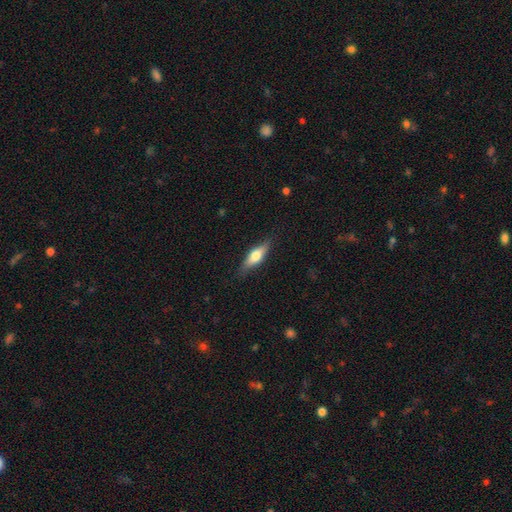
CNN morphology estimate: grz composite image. It shows a smooth galaxy with no disk features (54%) that is in between round and cigar-shaped (52%). Merging: none (84%).